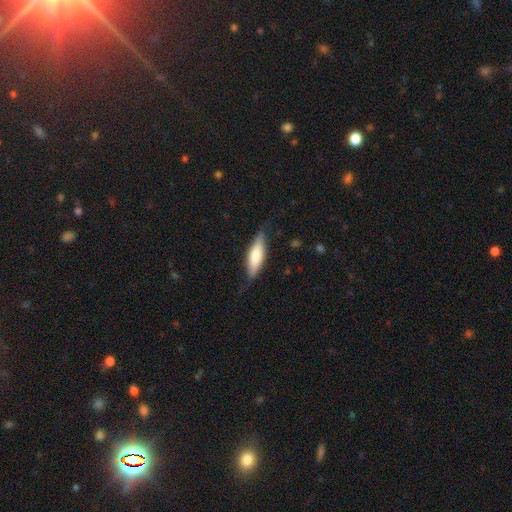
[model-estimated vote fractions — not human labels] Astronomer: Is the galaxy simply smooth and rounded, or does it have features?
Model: smooth — 64%.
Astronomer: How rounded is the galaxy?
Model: cigar-shaped — 54% (runner-up: in between, 44%).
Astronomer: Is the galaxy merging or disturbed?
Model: none — 74%.